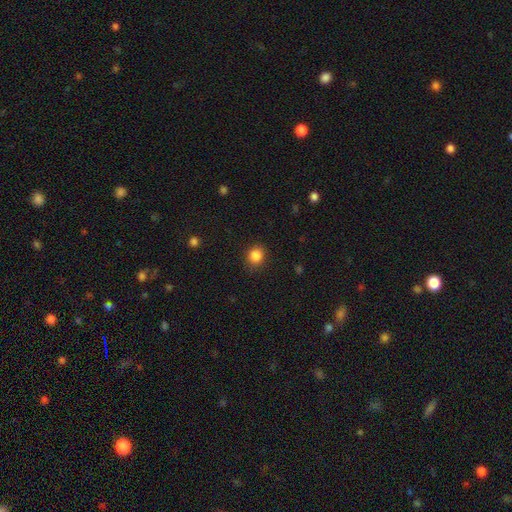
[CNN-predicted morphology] smooth 86%, star or artifact 11%, featured or disk 4%. Down the decision tree: how rounded — round (75%); merging — none (85%).